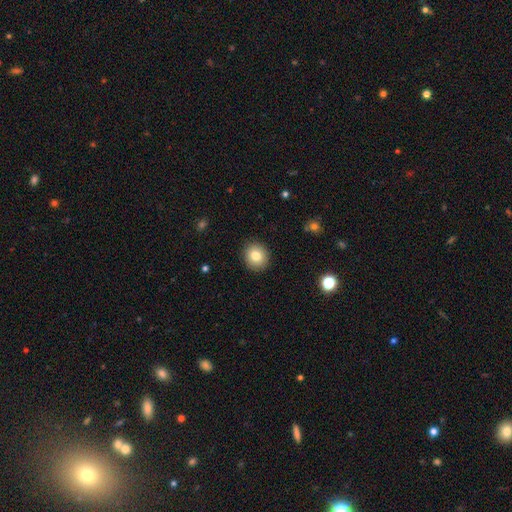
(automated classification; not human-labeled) smooth-or-featured: smooth: 81% | star or artifact: 10% | featured or disk: 9%
  how-rounded: round: 84% | in between: 15% | cigar-shaped: 1%
  merging: none: 91% | minor disturbance: 6% | major disturbance: 2% | merger: 1%